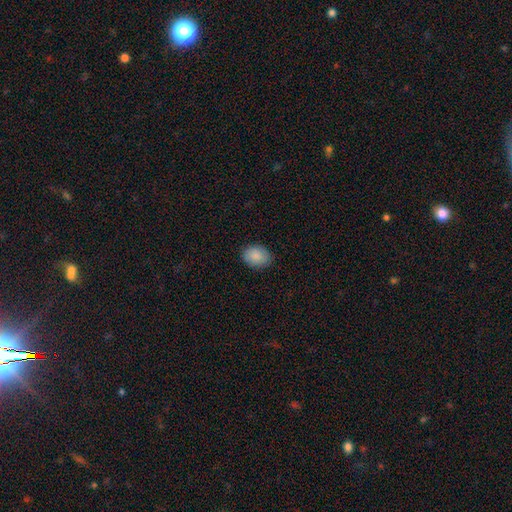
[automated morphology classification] Smooth or featured: smooth — 88% (star or artifact — 7%)
How rounded: in between — 72% (round — 27%)
Merging: none — 86% (minor disturbance — 11%)